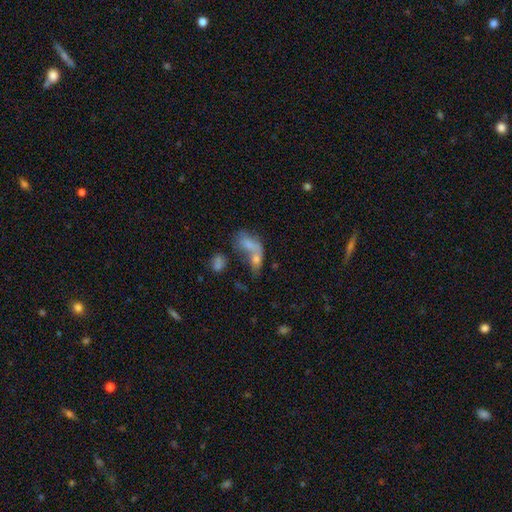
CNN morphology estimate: smooth-or-featured: smooth: 64% | featured or disk: 24% | star or artifact: 13%
  how-rounded: in between: 79% | round: 12% | cigar-shaped: 9%
  merging: merger: 63% | none: 18% | major disturbance: 10% | minor disturbance: 9%